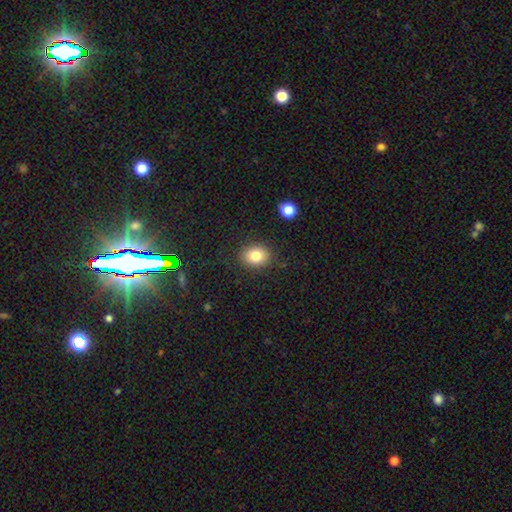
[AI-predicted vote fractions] This appears to be a smooth galaxy with no disk features (81%) that is in between round and cigar-shaped (53%). Merging: none (87%).